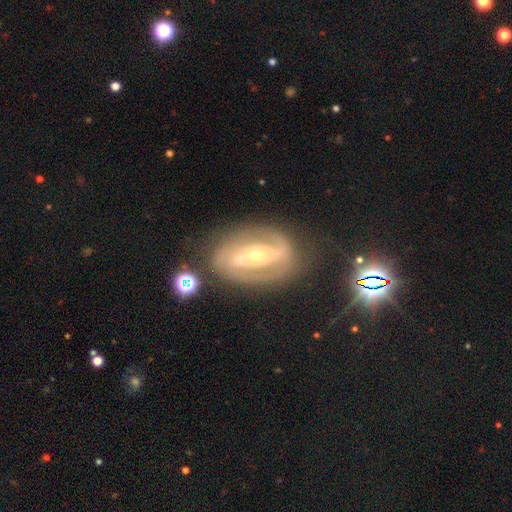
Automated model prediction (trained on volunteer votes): This appears to be a featured or disk galaxy (85%) with a strong bar (60%), 2 (80%) tight (42%, tied with medium) spiral arms (86%) and a small central bulge (63%). Merging: none (74%).